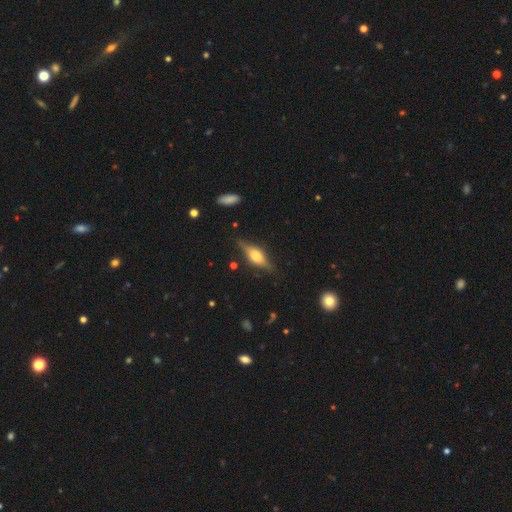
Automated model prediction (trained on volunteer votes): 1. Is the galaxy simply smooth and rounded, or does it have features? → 61% featured or disk, 31% smooth, 7% star or artifact.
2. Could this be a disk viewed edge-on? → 93% yes, 7% no.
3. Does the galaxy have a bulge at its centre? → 86% rounded, 11% boxy, 2% none.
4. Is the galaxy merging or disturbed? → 80% none, 15% minor disturbance, 4% major disturbance, 2% merger.